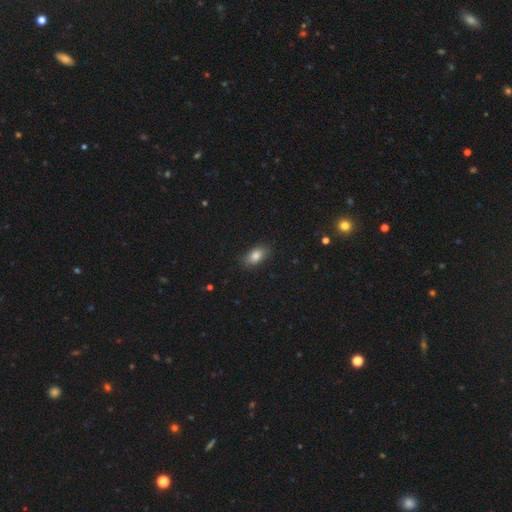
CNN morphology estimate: Overall: smooth (83%). How rounded: in between (88%). Merging: none (84%).